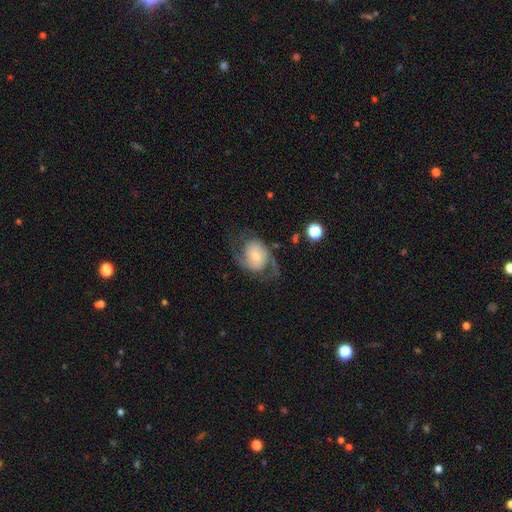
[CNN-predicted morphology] This appears to be a featured or disk galaxy (77%) with no bar (60%), 2 (90%) medium (48%) spiral arms (94%) and a moderate central bulge (42%). Merging: none (62%).